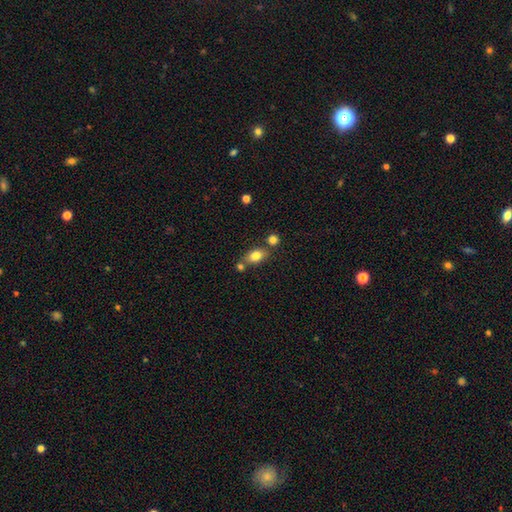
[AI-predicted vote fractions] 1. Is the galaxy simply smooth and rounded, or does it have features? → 80% smooth, 11% featured or disk, 9% star or artifact.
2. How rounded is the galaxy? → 77% in between, 20% round, 3% cigar-shaped.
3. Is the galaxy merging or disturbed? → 62% none, 21% merger, 13% minor disturbance, 4% major disturbance.